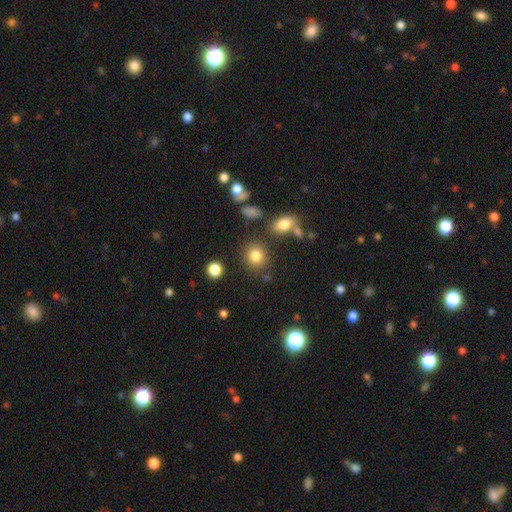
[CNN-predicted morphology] Smooth or featured? smooth (82%)
How rounded? round (77%)
Merging? none (80%)